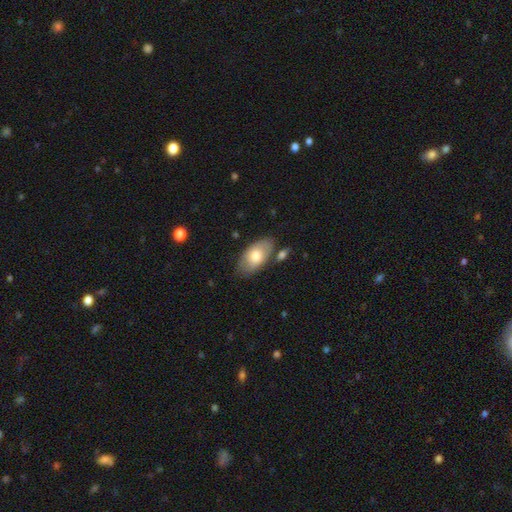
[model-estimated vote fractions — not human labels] Smooth or featured? smooth (72%)
How rounded? in between (94%)
Merging? none (73%)